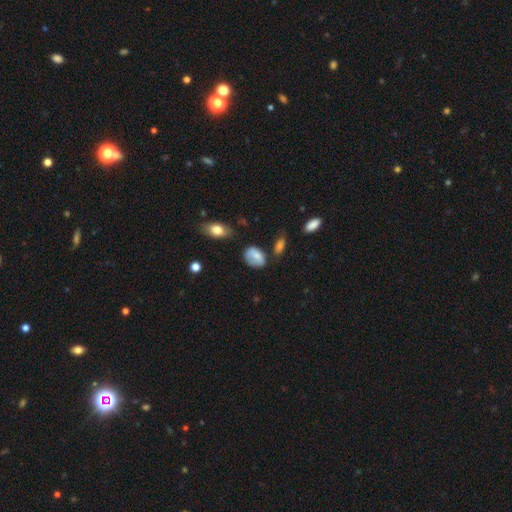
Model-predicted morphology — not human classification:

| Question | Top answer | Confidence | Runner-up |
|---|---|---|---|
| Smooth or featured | smooth | 72% | featured or disk (19%) |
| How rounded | in between | 80% | round (18%) |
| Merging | none | 57% | minor disturbance (28%) |